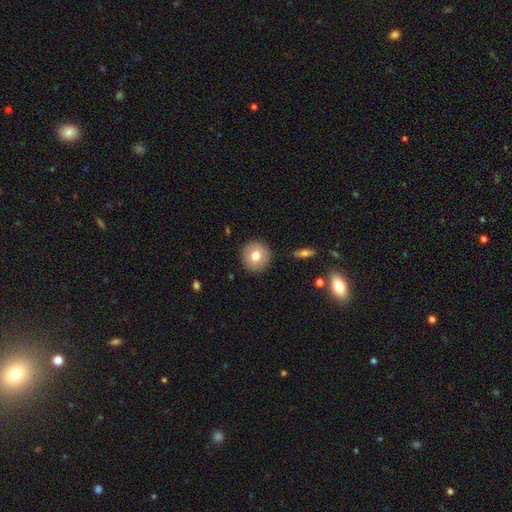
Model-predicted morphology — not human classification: Smooth or featured? smooth (75%)
How rounded? round (94%)
Merging? none (90%)